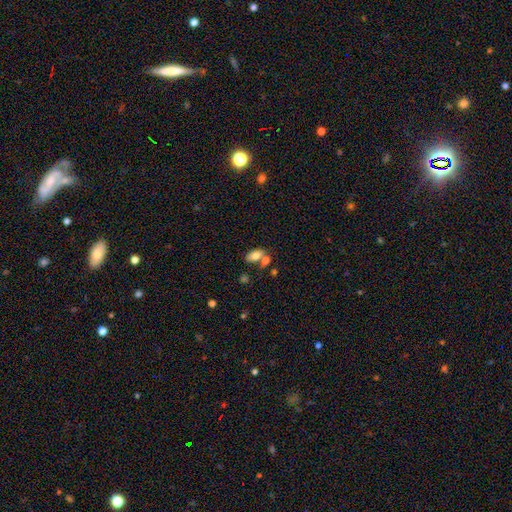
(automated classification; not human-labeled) Q: Smooth or featured?
A: smooth (76%); runner-up: featured or disk (15%)
Q: How rounded?
A: in between (91%); runner-up: round (6%)
Q: Merging?
A: none (48%); runner-up: merger (33%)